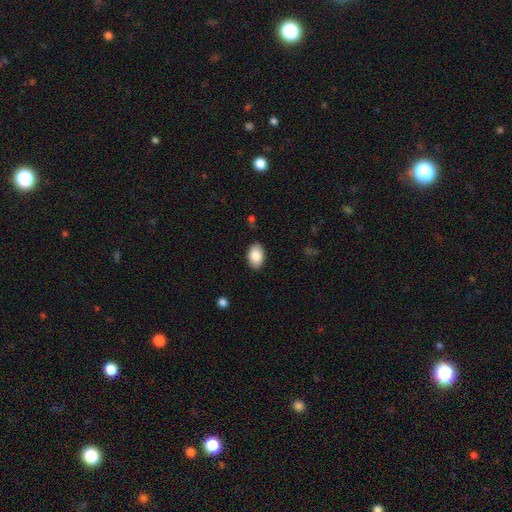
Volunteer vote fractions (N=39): Smooth or featured? smooth (90%)
How rounded? in between (91%)
Merging? none (78%)